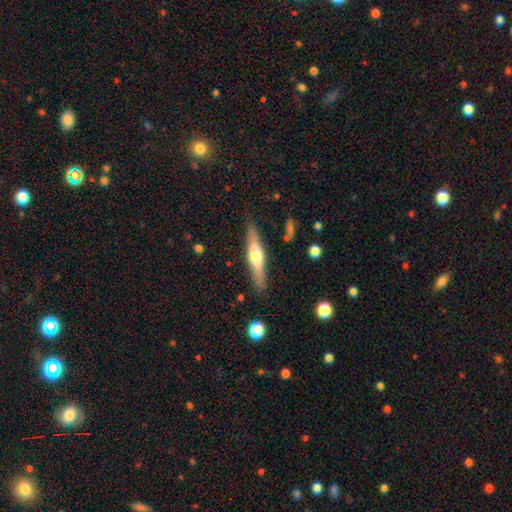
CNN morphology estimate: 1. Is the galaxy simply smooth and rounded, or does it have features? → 57% featured or disk, 38% smooth, 6% star or artifact.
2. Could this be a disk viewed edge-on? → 95% yes, 5% no.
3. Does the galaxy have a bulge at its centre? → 87% rounded, 7% boxy, 6% none.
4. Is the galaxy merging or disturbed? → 87% none, 10% minor disturbance, 2% major disturbance, 2% merger.